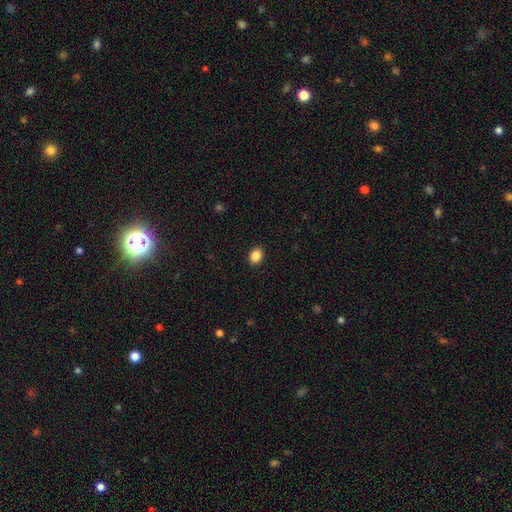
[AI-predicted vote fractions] Overall: smooth (87%). How rounded: in between (56%; round 43%). Merging: none (91%).